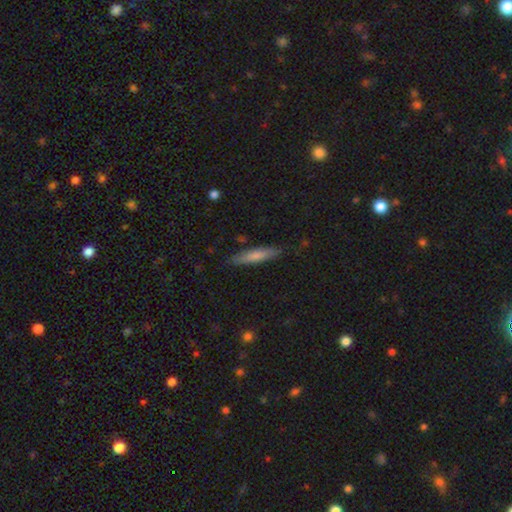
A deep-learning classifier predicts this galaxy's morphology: Smooth or featured? smooth (72%)
How rounded? cigar-shaped (83%)
Merging? none (84%)